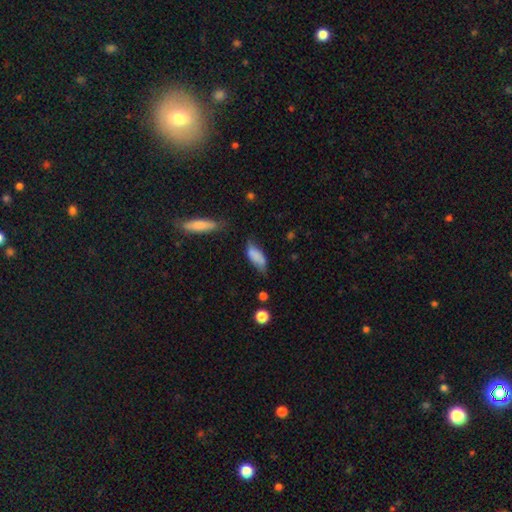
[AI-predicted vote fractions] smooth 73%, featured or disk 19%, star or artifact 8%. Down the decision tree: how rounded — in between (79%); merging — none (43%).